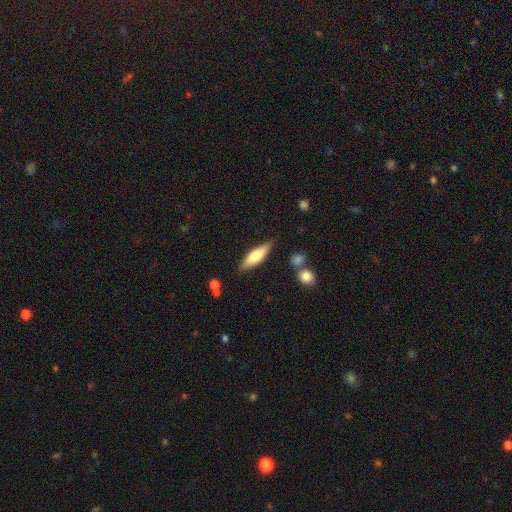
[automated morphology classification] A smooth galaxy with no disk features (64%) that is cigar-shaped (51%). Merging: none (82%).